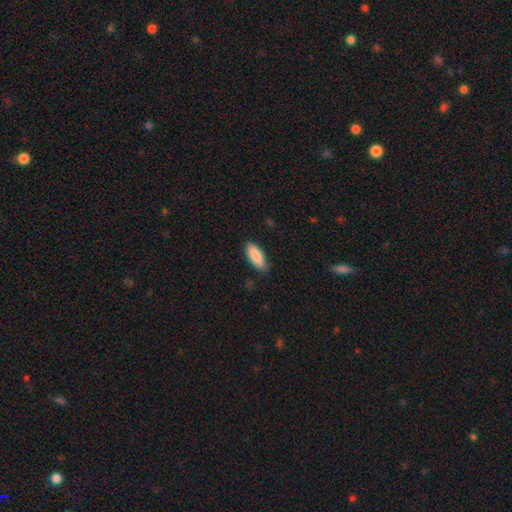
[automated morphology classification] Smooth or featured: smooth — 88% (featured or disk — 7%)
How rounded: in between — 80% (cigar-shaped — 18%)
Merging: none — 83% (minor disturbance — 13%)